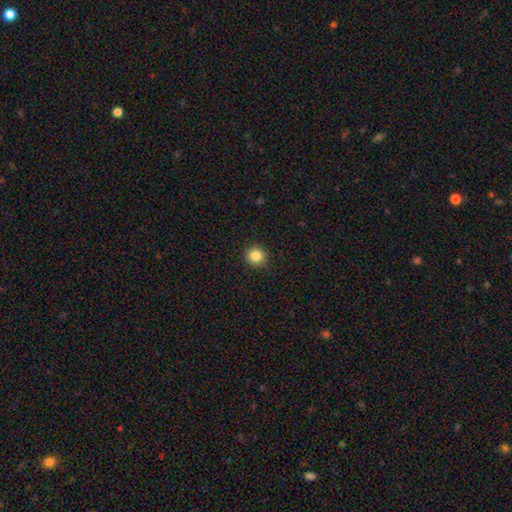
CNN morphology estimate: Smooth or featured? Predicted: smooth (p=0.86). How rounded? Predicted: round (p=0.92). Merging? Predicted: none (p=0.90).